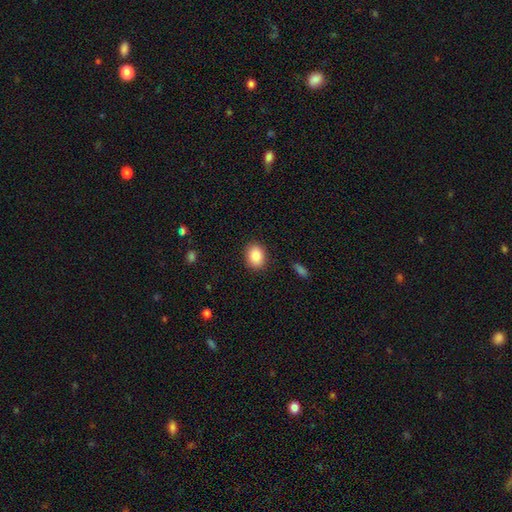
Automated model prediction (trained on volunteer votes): A smooth galaxy with no disk features (88%) that is in between round and cigar-shaped (64%). Merging: none (88%).